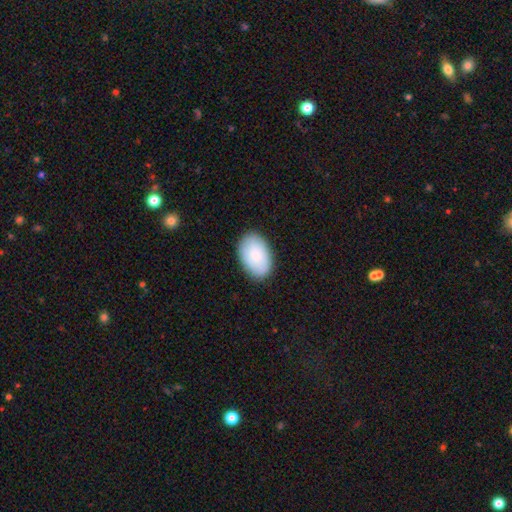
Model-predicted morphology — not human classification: Smooth or featured? Predicted: smooth (p=0.85). How rounded? Predicted: in between (p=0.92). Merging? Predicted: none (p=0.85).